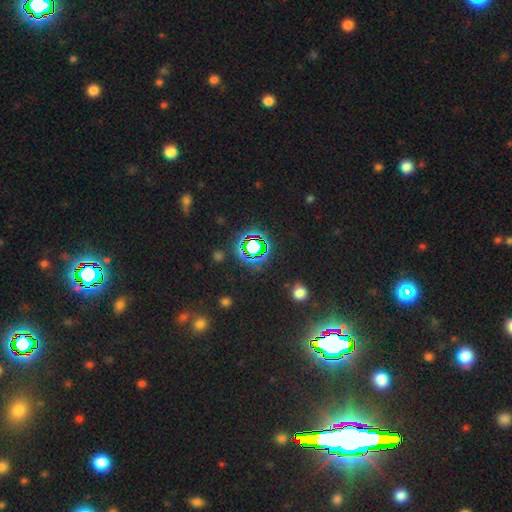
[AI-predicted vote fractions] Smooth or featured? star or artifact (78%)